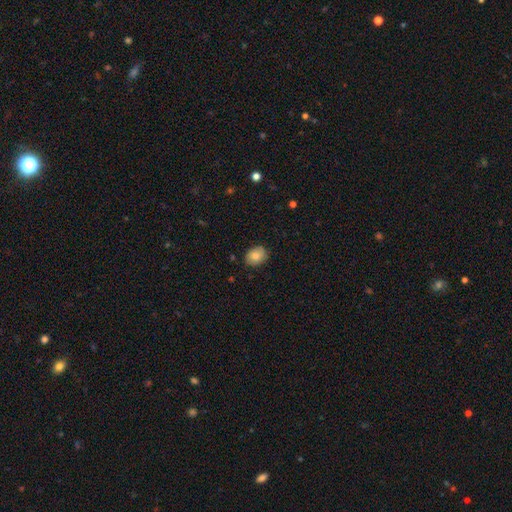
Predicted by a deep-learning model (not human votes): This is clearly a smooth galaxy (83%). How rounded: likely in between (66%). Merging: clearly none (83%).